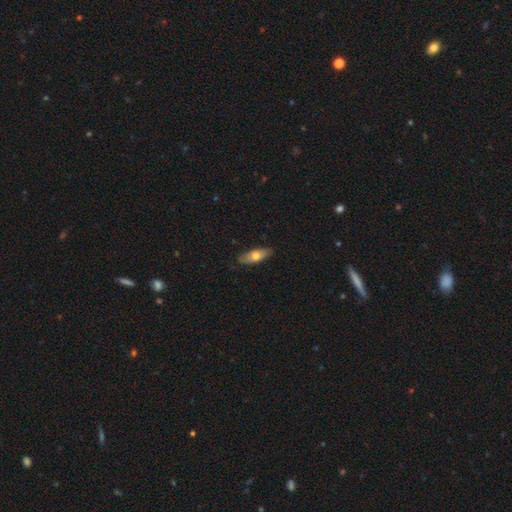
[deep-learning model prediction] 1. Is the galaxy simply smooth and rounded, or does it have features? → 65% smooth, 29% featured or disk, 6% star or artifact.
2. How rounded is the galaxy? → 69% in between, 29% cigar-shaped, 3% round.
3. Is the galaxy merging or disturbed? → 81% none, 16% minor disturbance, 2% major disturbance, 1% merger.